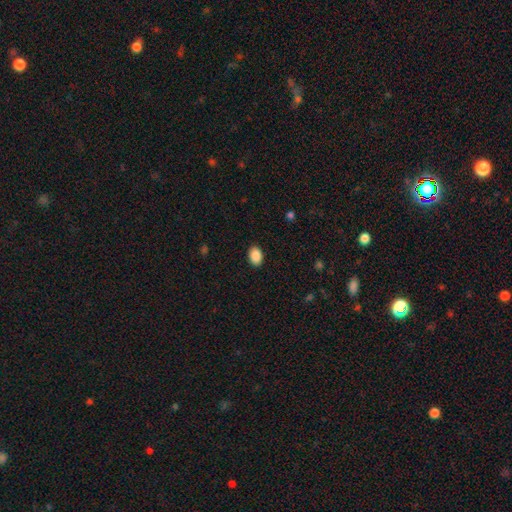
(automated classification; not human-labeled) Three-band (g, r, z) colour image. It shows a smooth galaxy with no disk features (90%) that is in between round and cigar-shaped (82%). Merging: none (90%).